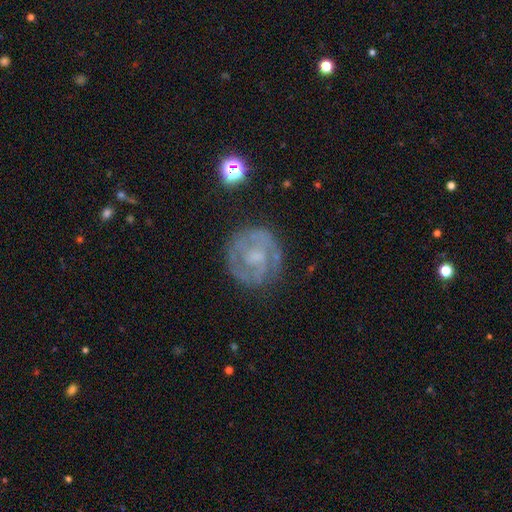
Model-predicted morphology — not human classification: Smooth or featured?
  - featured or disk: 77% *
  - smooth: 16%
  - star or artifact: 8%
Edge-on disk?
  - no: 97% *
  - yes: 3%
Bar?
  - no: 52% *
  - weak: 39%
  - strong: 10%
Spiral arms?
  - yes: 84% *
  - no: 16%
Spiral winding?
  - tight: 58% *
  - medium: 33%
  - loose: 9%
Spiral arm count?
  - 2: 55% *
  - can't tell: 24%
  - 3: 10%
  - 1: 6%
  - 4: 3%
  - more than 4: 3%
Bulge size?
  - small: 41% *
  - moderate: 29%
  - none: 25%
  - large: 3%
  - dominant: 1%
Merging?
  - none: 77% *
  - minor disturbance: 15%
  - major disturbance: 6%
  - merger: 2%